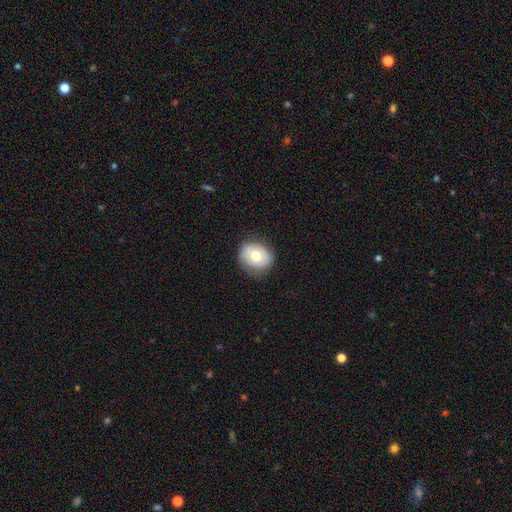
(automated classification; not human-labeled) Overall: smooth (63%; featured or disk 30%). How rounded: round (66%; in between 34%). Merging: none (76%).